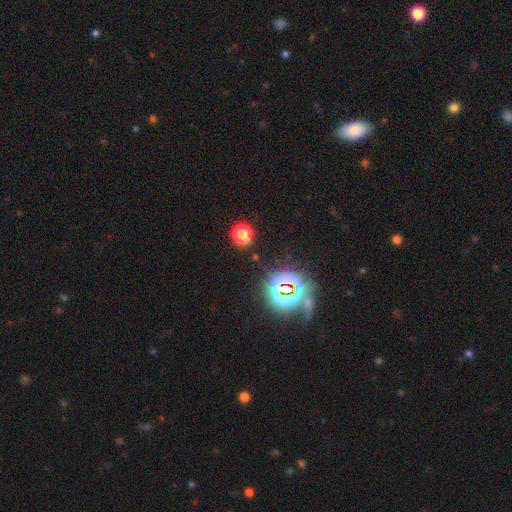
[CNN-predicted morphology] smooth_or_featured: smooth (p=0.47) [tied with: star or artifact p=0.47]
merging: none (p=0.82) [alt: minor disturbance p=0.09]